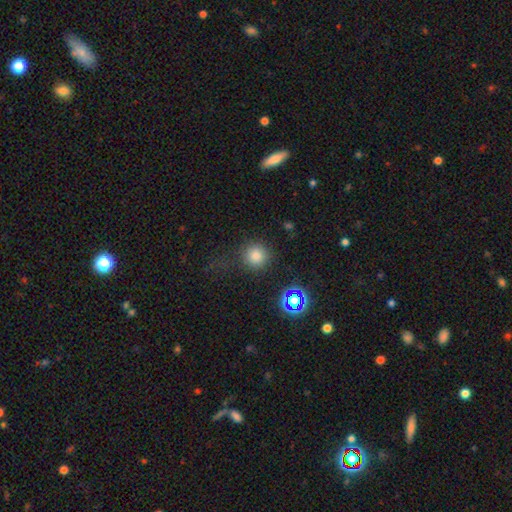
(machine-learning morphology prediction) Smooth or featured?
  - smooth: 78% *
  - star or artifact: 16%
  - featured or disk: 6%
How rounded?
  - round: 93% *
  - in between: 6%
  - cigar-shaped: 1%
Merging?
  - none: 78% *
  - minor disturbance: 12%
  - major disturbance: 7%
  - merger: 3%